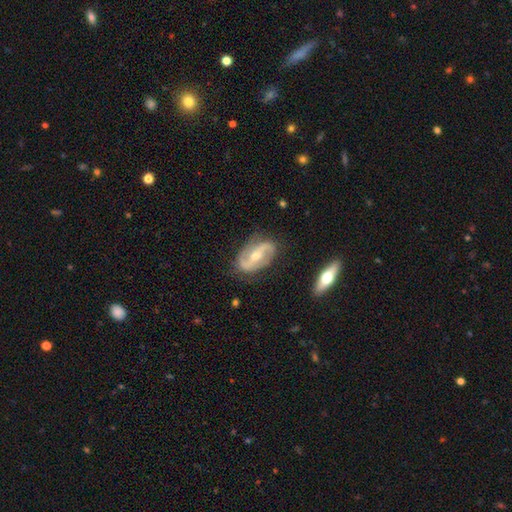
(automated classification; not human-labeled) featured or disk 85%, smooth 10%, star or artifact 5%. Down the decision tree: edge-on disk — no (94%); bar — strong (52%); spiral arms — yes (91%); spiral arm count — 2 (90%); spiral winding — medium (42%); bulge size — moderate (52%); merging — none (80%).